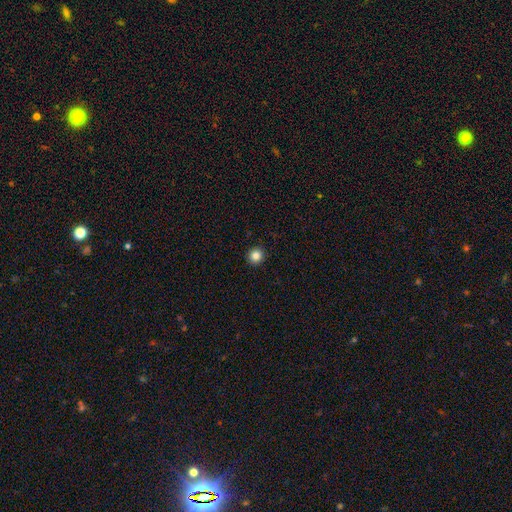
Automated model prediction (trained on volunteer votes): Q: Smooth or featured?
A: smooth (85%); runner-up: star or artifact (11%)
Q: How rounded?
A: round (94%); runner-up: in between (6%)
Q: Merging?
A: none (93%); runner-up: minor disturbance (4%)